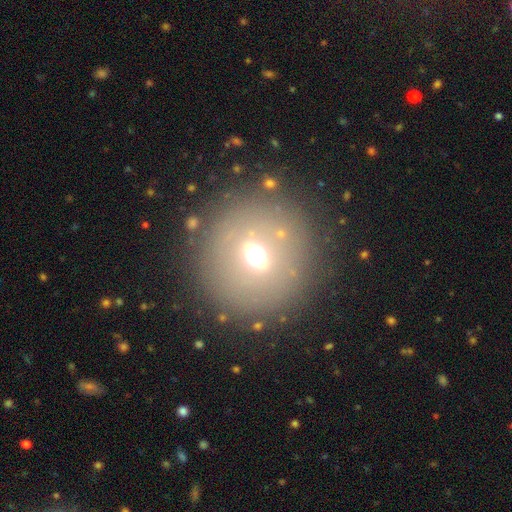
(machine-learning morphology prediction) Smooth or featured? smooth (54%)
How rounded? round (83%)
Merging? none (82%)